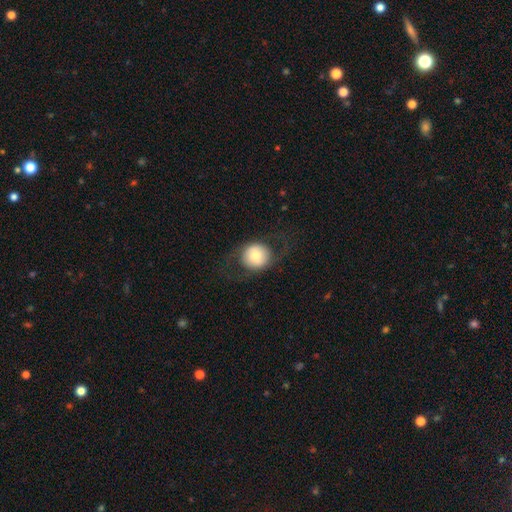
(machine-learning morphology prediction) Smooth or featured? smooth (65%)
How rounded? round (85%)
Merging? none (75%)